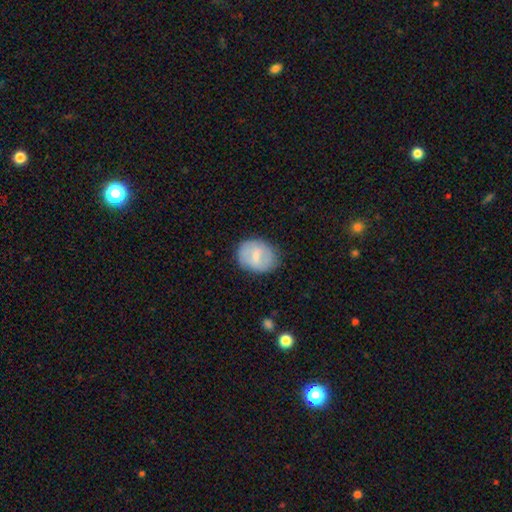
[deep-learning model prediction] Smooth or featured? smooth (60%)
How rounded? in between (60%)
Merging? none (76%)